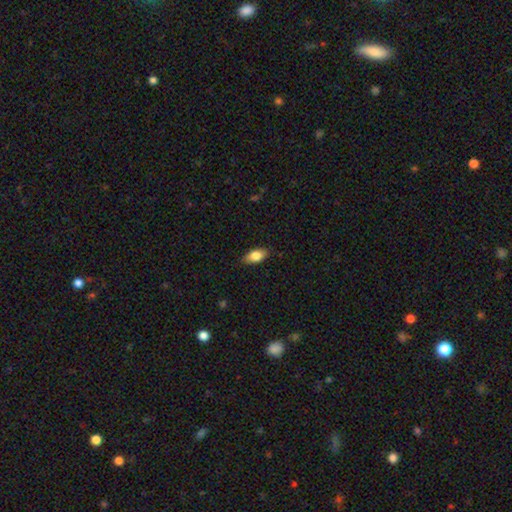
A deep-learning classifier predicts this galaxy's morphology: This appears to be a smooth galaxy with no disk features (79%) that is in between round and cigar-shaped (88%). Merging: none (85%).